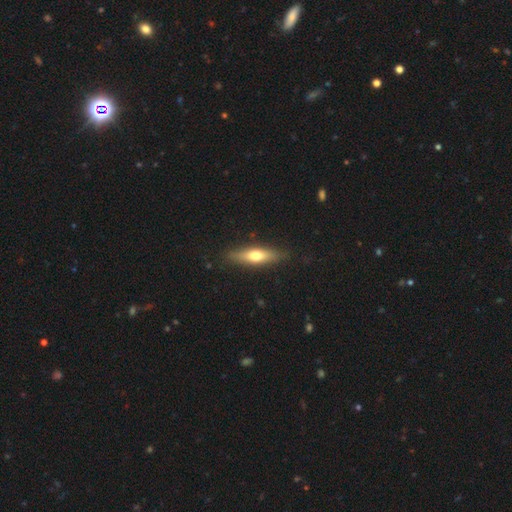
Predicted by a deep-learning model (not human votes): Smooth or featured: smooth — 55% (featured or disk — 39%)
How rounded: cigar-shaped — 64% (in between — 33%)
Merging: none — 86% (minor disturbance — 11%)